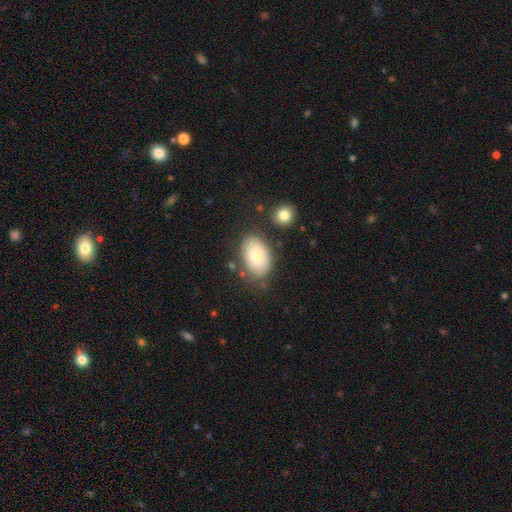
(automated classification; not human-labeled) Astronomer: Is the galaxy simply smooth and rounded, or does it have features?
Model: smooth — 76%.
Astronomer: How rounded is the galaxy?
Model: in between — 91%.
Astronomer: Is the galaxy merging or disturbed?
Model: none — 71%.